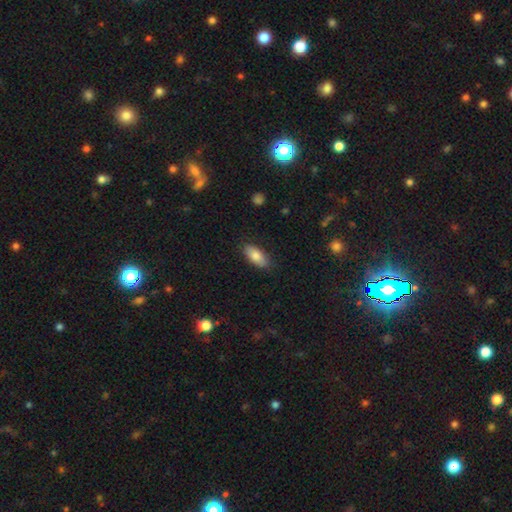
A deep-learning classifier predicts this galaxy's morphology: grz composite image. It shows a smooth galaxy with no disk features (82%) that is in between round and cigar-shaped (87%). Merging: none (84%).